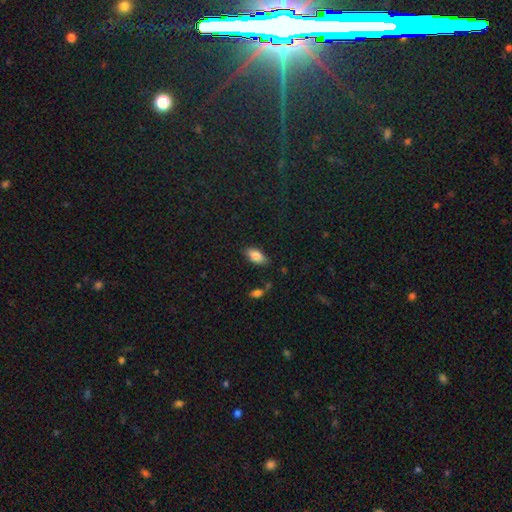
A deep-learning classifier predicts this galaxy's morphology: This is clearly a smooth galaxy (83%). How rounded: clearly in between (90%). Merging: likely none (79%).